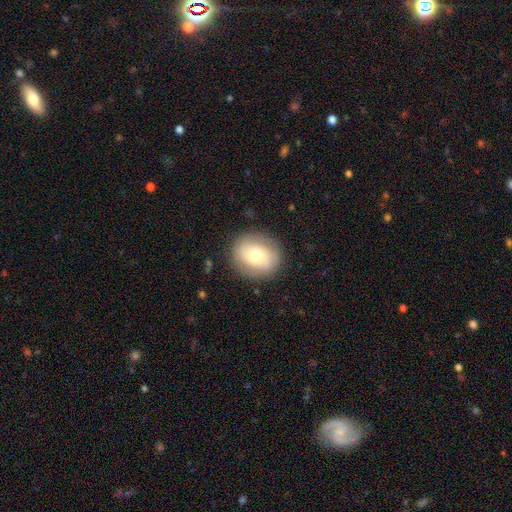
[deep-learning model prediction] This is possibly a smooth galaxy (58%). How rounded: likely round (70%). Merging: clearly none (85%).